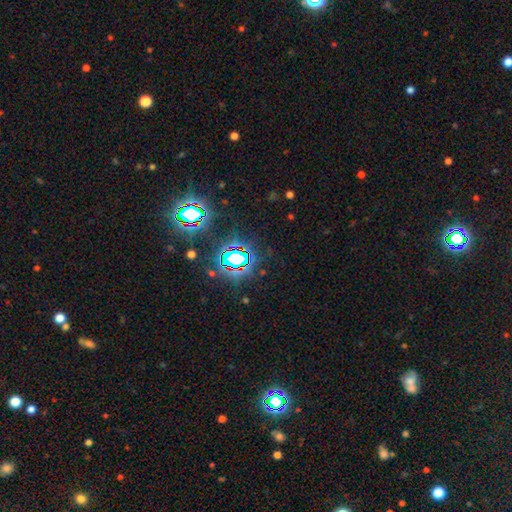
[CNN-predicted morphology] Smooth or featured: star or artifact — 82% (smooth — 10%)